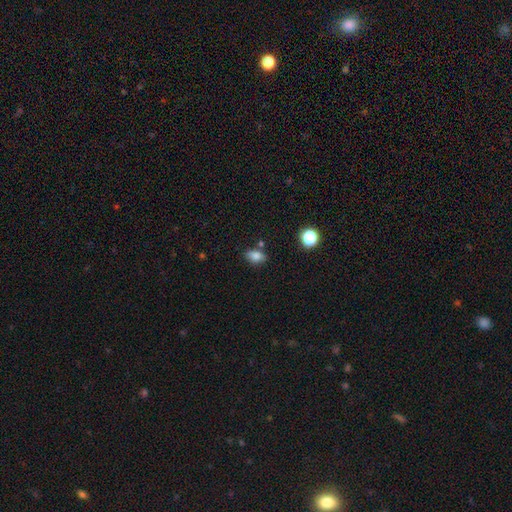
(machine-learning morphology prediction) A smooth galaxy with no disk features (81%) that is in between round and cigar-shaped (80%). Merging: none (73%).